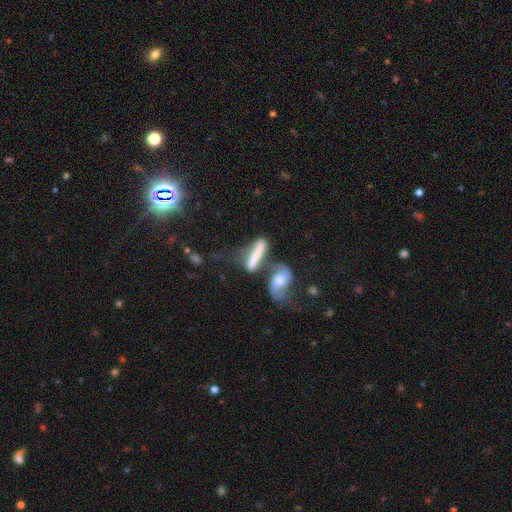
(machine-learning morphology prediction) type=smooth (51%); roundness=cigar-shaped (75%); merging=merger (43%).